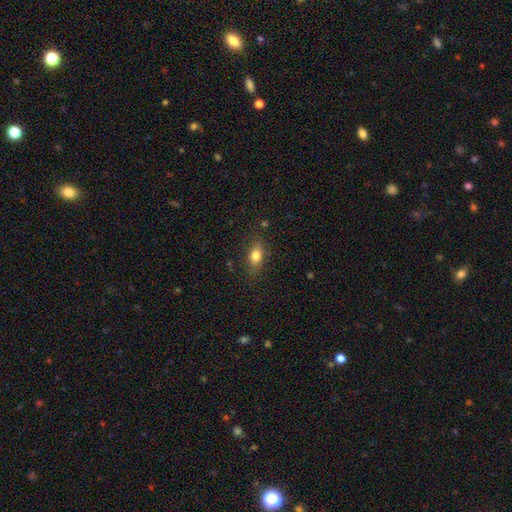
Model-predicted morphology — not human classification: Overall: smooth (79%). How rounded: in between (82%). Merging: none (81%).